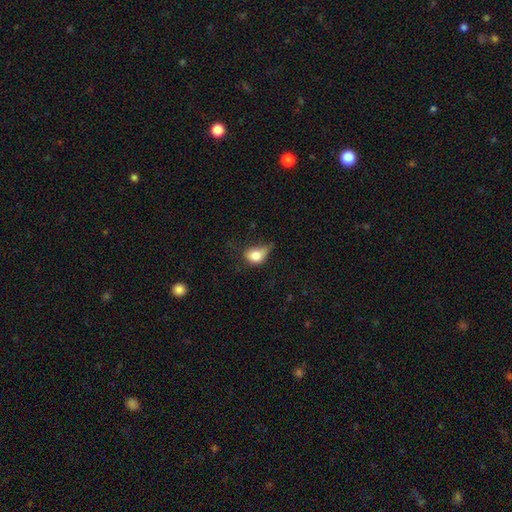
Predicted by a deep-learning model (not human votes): Morphology: type=smooth (78%); roundness=in between (65%); merging=minor disturbance (43%).